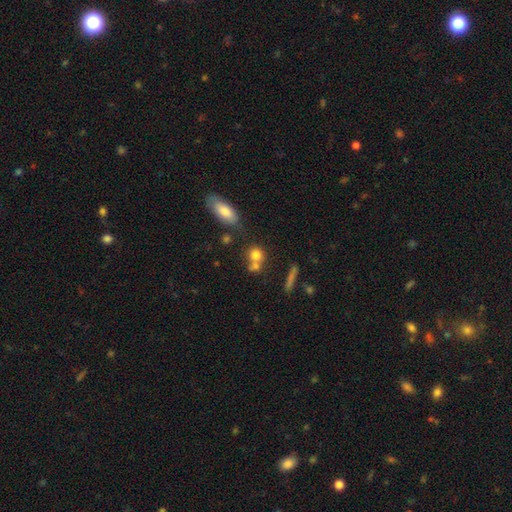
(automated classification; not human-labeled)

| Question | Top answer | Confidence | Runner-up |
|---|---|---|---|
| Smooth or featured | smooth | 75% | featured or disk (14%) |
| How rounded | round | 76% | in between (20%) |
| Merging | merger | 45% | none (41%) |